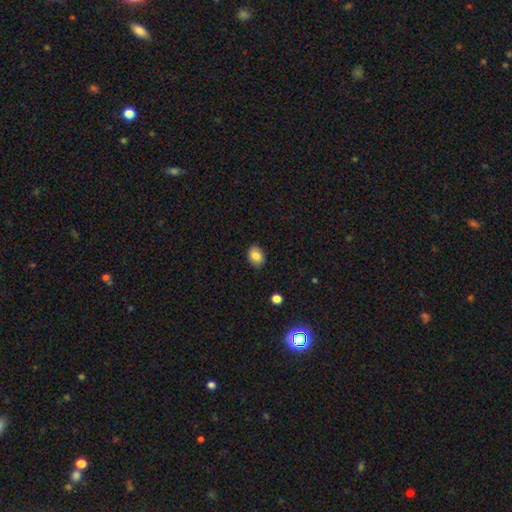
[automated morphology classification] Smooth or featured? Predicted: smooth (p=0.84). How rounded? Predicted: in between (p=0.65). Merging? Predicted: none (p=0.88).